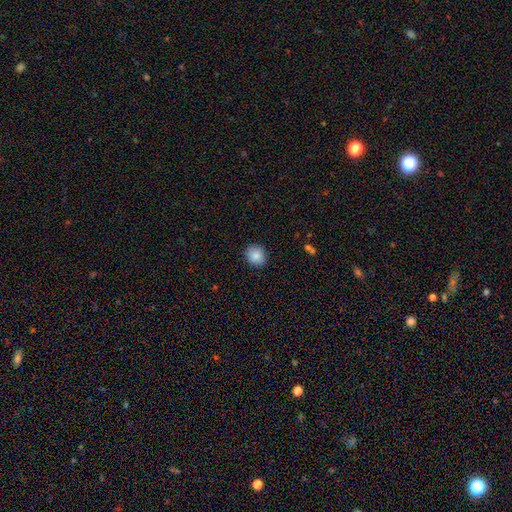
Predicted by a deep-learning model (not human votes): The model was most divided on "how rounded": round: 70%, in between: 29%, cigar-shaped: 1%. More confident: merging — none (89%); smooth or featured — smooth (87%).